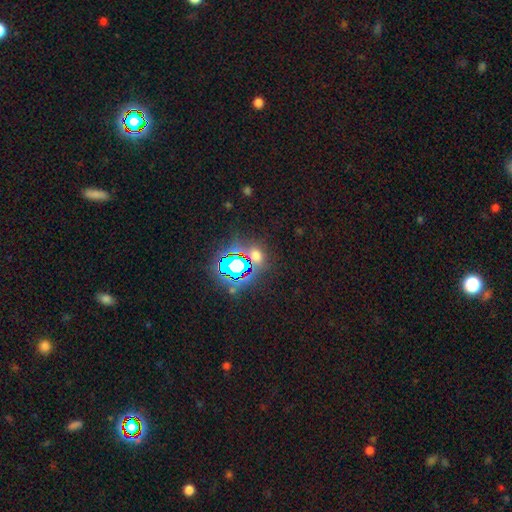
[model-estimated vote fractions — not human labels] Q: Smooth or featured?
A: star or artifact (55%); runner-up: smooth (36%)